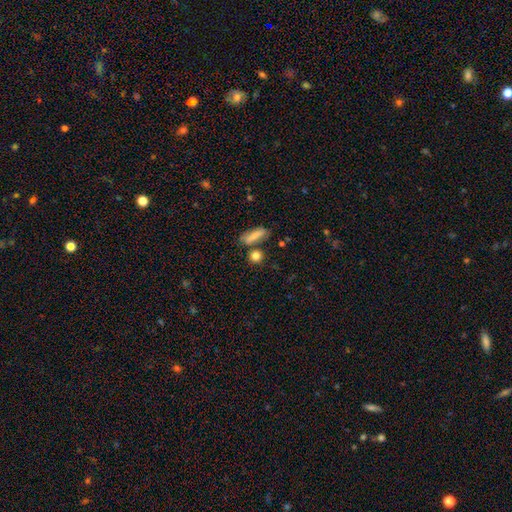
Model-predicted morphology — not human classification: Smooth or featured? smooth (83%)
How rounded? round (74%)
Merging? none (73%)